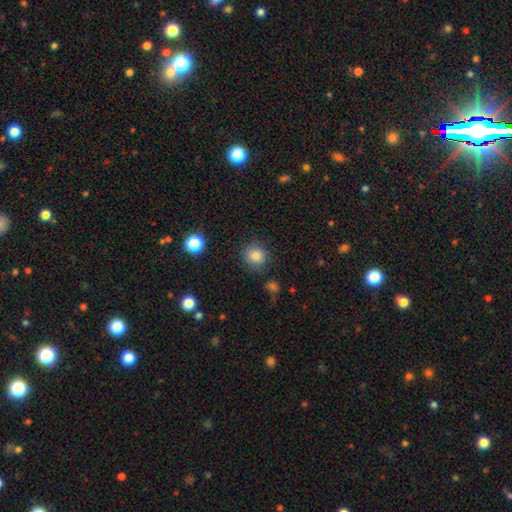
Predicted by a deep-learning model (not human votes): This appears to be a smooth galaxy with no disk features (83%) that is round (89%). Merging: none (84%).